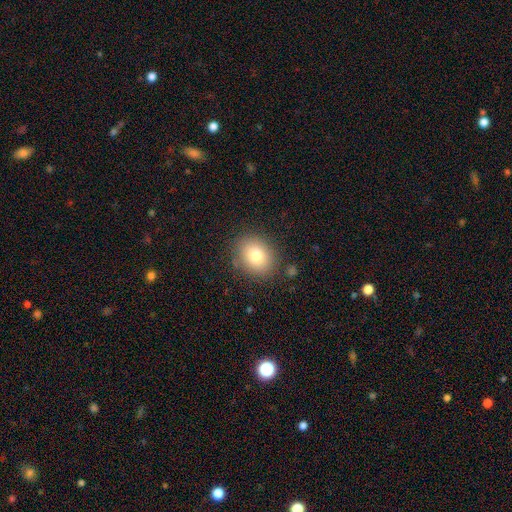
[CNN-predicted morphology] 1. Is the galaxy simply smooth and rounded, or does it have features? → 77% smooth, 11% featured or disk, 11% star or artifact.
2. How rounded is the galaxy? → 58% round, 41% in between, 1% cigar-shaped.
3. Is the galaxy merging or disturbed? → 84% none, 10% minor disturbance, 4% major disturbance, 2% merger.